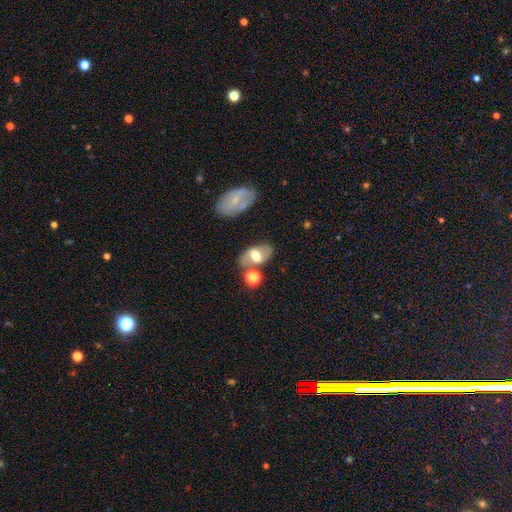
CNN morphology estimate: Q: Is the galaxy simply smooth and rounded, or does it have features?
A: smooth — 51%.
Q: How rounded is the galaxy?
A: in between — 89%.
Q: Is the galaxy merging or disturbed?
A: none — 64%.